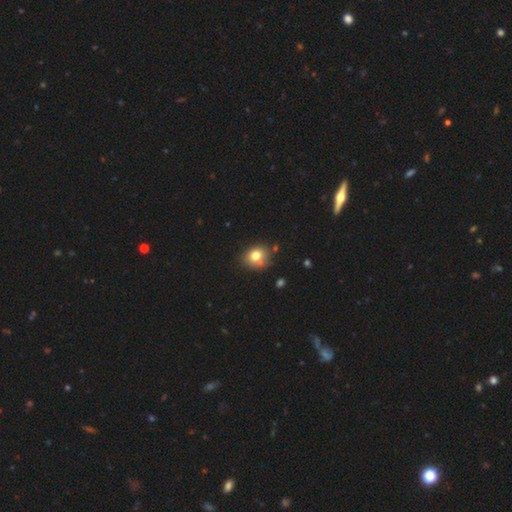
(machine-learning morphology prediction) smooth 77%, star or artifact 12%, featured or disk 10%. Down the decision tree: how rounded — round (72%); merging — none (73%).